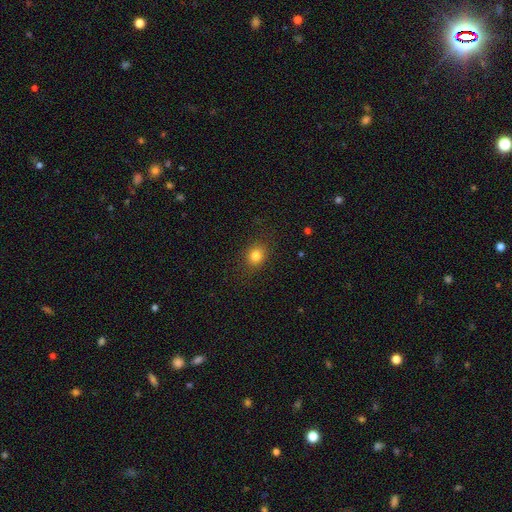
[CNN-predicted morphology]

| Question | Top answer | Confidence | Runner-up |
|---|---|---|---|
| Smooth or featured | smooth | 81% | star or artifact (12%) |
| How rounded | round | 68% | in between (31%) |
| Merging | none | 86% | minor disturbance (9%) |